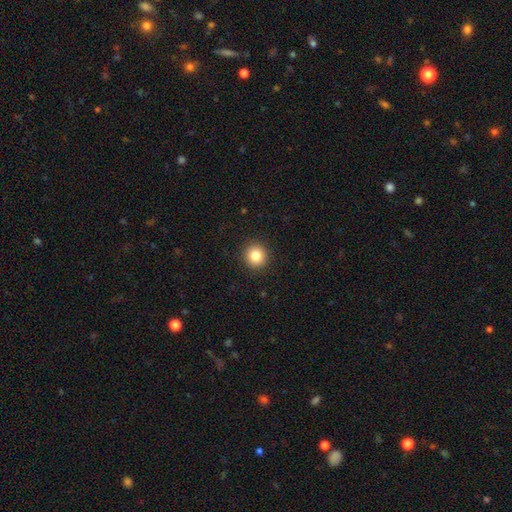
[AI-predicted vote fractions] Smooth or featured?
  - smooth: 83% *
  - star or artifact: 10%
  - featured or disk: 7%
How rounded?
  - round: 92% *
  - in between: 7%
  - cigar-shaped: 1%
Merging?
  - none: 92% *
  - minor disturbance: 5%
  - major disturbance: 2%
  - merger: 1%